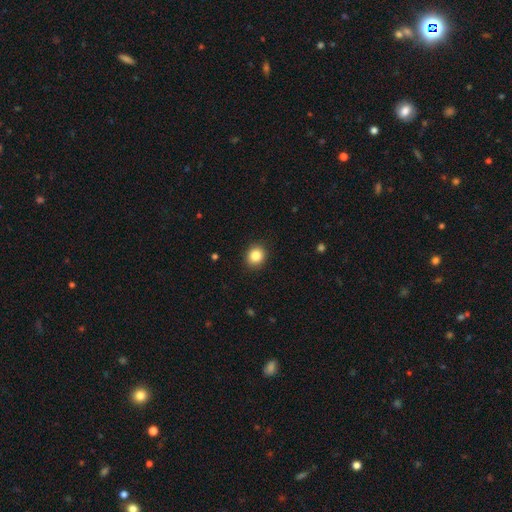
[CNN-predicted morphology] This appears to be a smooth galaxy with no disk features (86%) that is round (80%). Merging: none (90%).